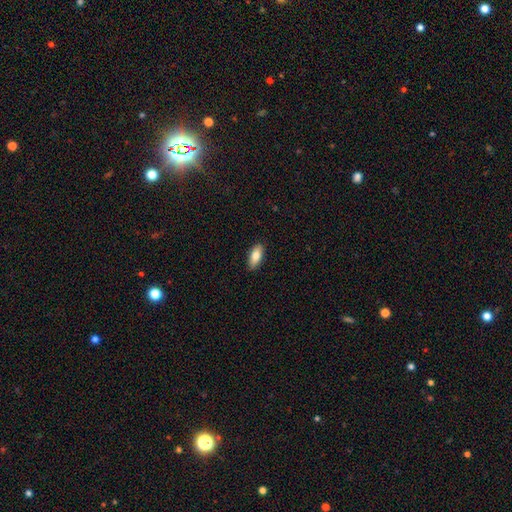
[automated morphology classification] This appears to be a smooth galaxy with no disk features (81%) that is in between round and cigar-shaped (84%). Merging: none (88%).